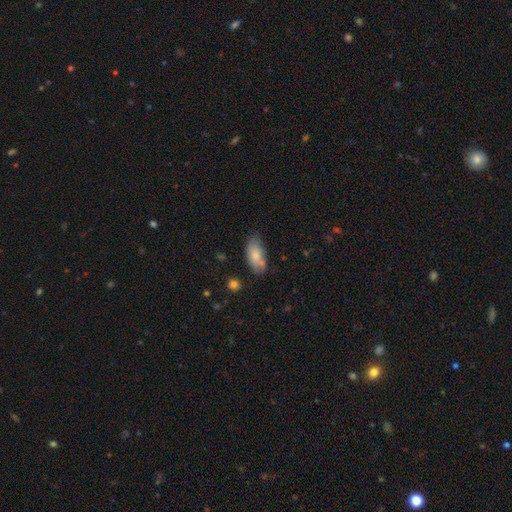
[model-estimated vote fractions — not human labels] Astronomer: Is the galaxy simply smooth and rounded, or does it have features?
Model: smooth — 78%.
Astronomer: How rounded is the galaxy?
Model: in between — 90%.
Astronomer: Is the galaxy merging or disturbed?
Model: none — 62%.